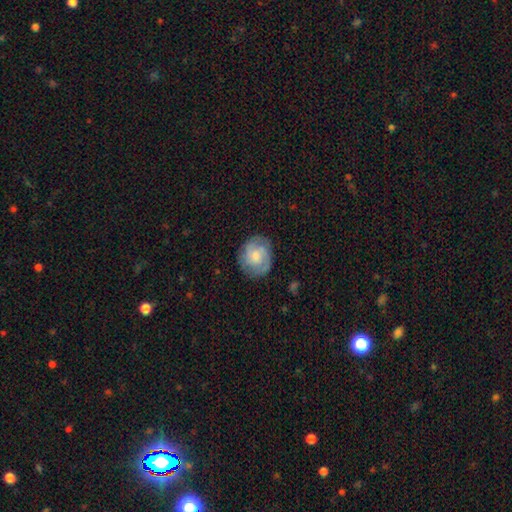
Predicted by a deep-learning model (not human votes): smooth_or_featured: featured or disk (p=0.55) [alt: smooth p=0.39]
disk_edge_on: no (p=0.98) [alt: yes p=0.02]
bar: no (p=0.69) [alt: weak p=0.27]
has_spiral_arms: yes (p=0.87) [alt: no p=0.13]
bulge_size: moderate (p=0.45) [alt: small p=0.41]
merging: none (p=0.80) [alt: minor disturbance p=0.14]